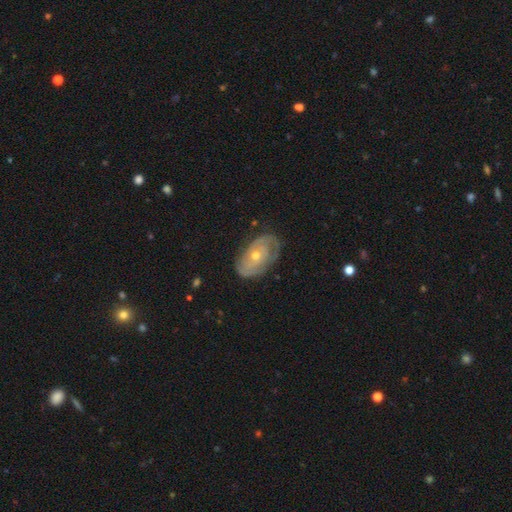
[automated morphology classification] A featured or disk galaxy (74%) with no bar (80%), tight (67%) spiral arms (81%) and a small central bulge (52%). Merging: none (72%).